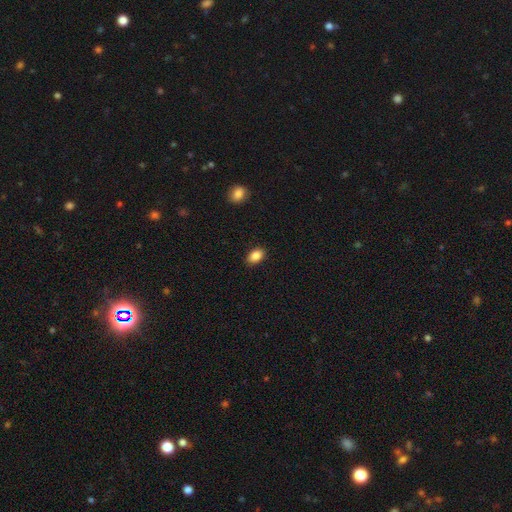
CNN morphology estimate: This appears to be a smooth galaxy with no disk features (87%) that is in between round and cigar-shaped (86%). Merging: none (88%).